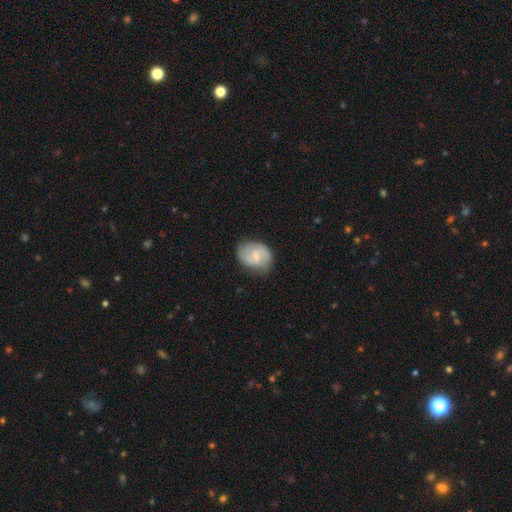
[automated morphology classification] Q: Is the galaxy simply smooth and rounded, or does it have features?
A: featured or disk — 68%.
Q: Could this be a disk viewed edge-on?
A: no — 98%.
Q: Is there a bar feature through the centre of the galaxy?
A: weak — 56%.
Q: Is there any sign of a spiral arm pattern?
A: yes — 93%.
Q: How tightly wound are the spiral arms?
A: medium — 49%.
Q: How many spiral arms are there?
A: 2 — 84%.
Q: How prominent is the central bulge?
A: small — 51%.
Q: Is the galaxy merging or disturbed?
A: none — 75%.